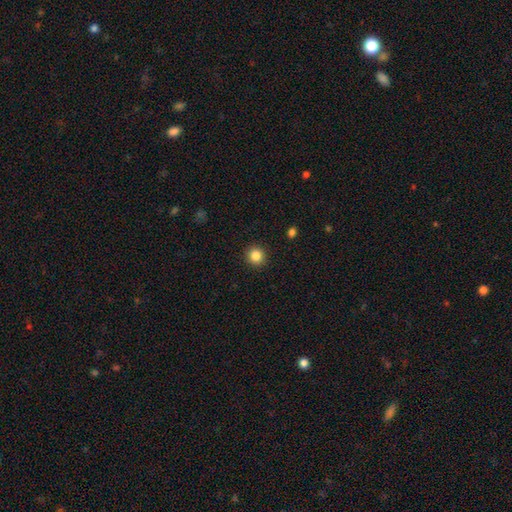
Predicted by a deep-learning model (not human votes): Smooth or featured: smooth — 85% (star or artifact — 11%)
How rounded: round — 93% (in between — 6%)
Merging: none — 92% (minor disturbance — 5%)